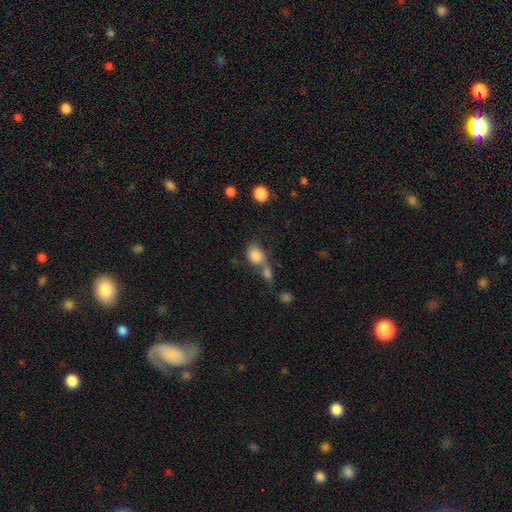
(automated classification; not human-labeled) Smooth or featured? Predicted: smooth (p=0.83). How rounded? Predicted: in between (p=0.56). Merging? Predicted: merger (p=0.55).